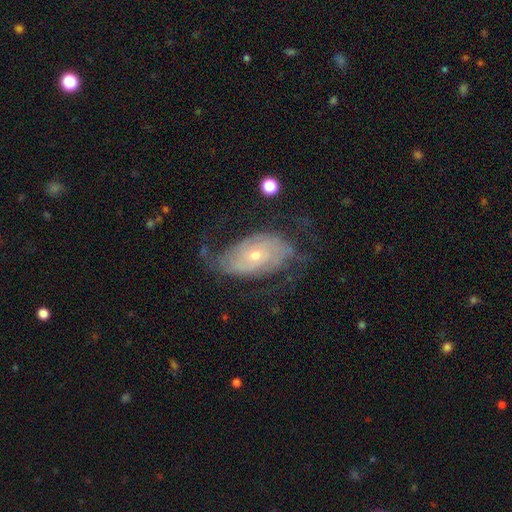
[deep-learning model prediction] smooth-or-featured: featured or disk: 74% | smooth: 18% | star or artifact: 8%
  disk-edge-on: no: 94% | yes: 6%
    bar: no: 73% | weak: 21% | strong: 6%
    has-spiral-arms: yes: 84% | no: 16%
      spiral-winding: medium: 37% | tight: 33% | loose: 30%
      spiral-arm-count: 2: 57% | can't tell: 26% | 3: 6% | 1: 6% | 4: 3% | more than 4: 2%
    bulge-size: small: 65% | moderate: 30% | large: 2% | none: 1% | dominant: 1%
  merging: none: 53% | major disturbance: 24% | minor disturbance: 21% | merger: 2%